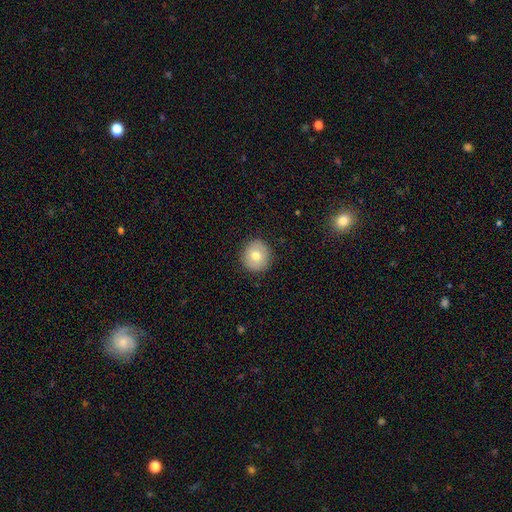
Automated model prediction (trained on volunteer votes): Smooth or featured? smooth (72%)
How rounded? round (93%)
Merging? none (90%)